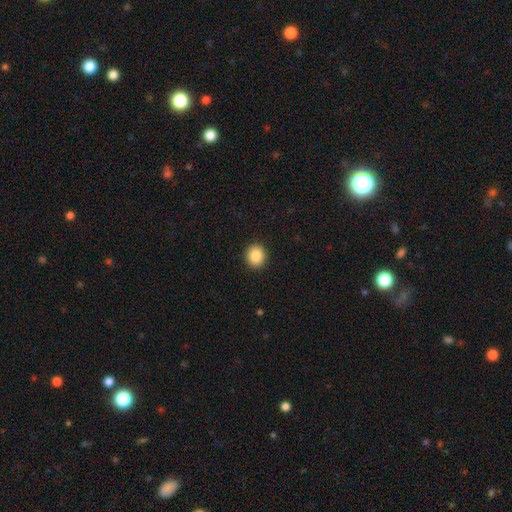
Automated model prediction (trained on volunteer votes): This is clearly a smooth galaxy (88%). How rounded: clearly round (82%). Merging: clearly none (92%).